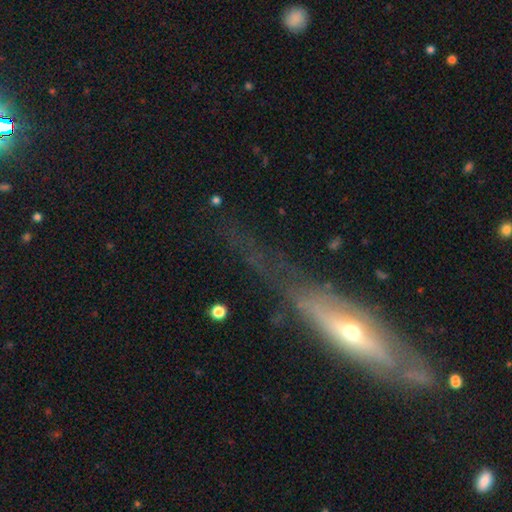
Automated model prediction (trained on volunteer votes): featured or disk 63%, smooth 24%, star or artifact 13%. Down the decision tree: edge-on disk — yes (63%); merging — none (49%).